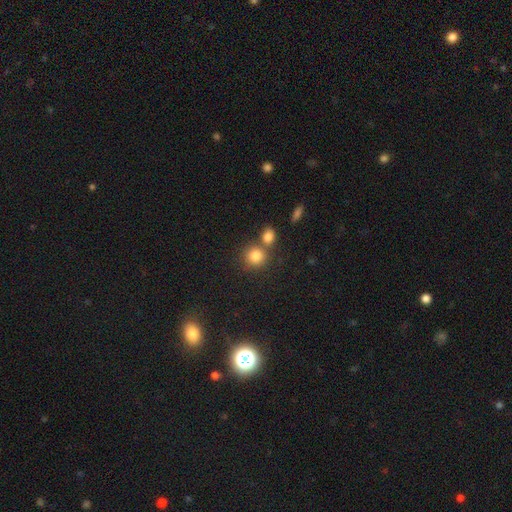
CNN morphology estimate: A smooth galaxy with no disk features (82%) that is round (86%). Merging: none (58%).